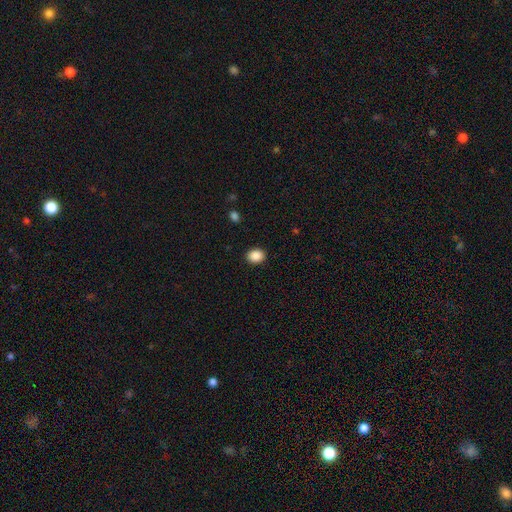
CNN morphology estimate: smooth 89%, star or artifact 8%, featured or disk 3%. Down the decision tree: how rounded — in between (57%); merging — none (90%).